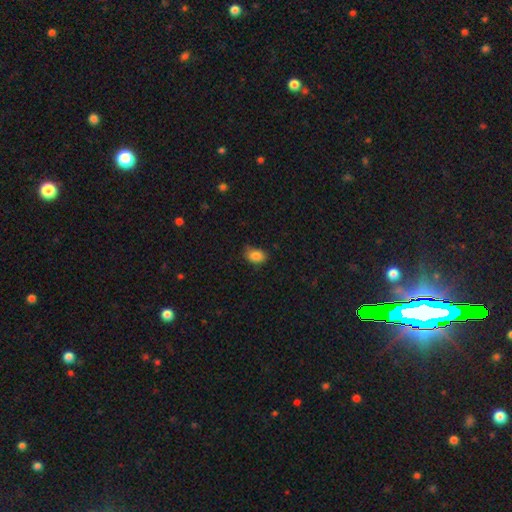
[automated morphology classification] This is clearly a smooth galaxy (86%). How rounded: clearly in between (80%). Merging: likely none (70%).